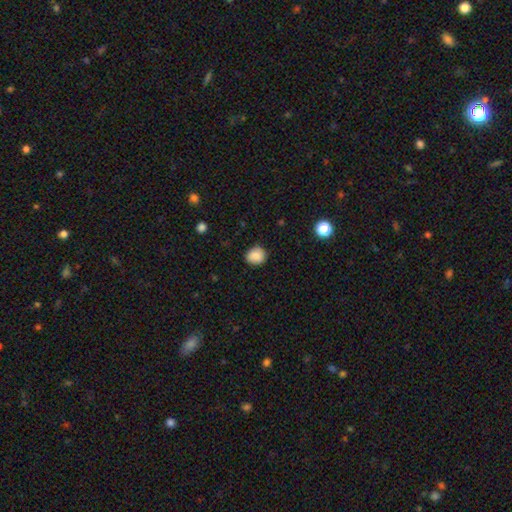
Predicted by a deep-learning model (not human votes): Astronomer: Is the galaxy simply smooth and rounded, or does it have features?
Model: smooth — 87%.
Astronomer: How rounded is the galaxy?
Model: round — 79%.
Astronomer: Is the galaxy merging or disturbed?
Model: none — 84%.